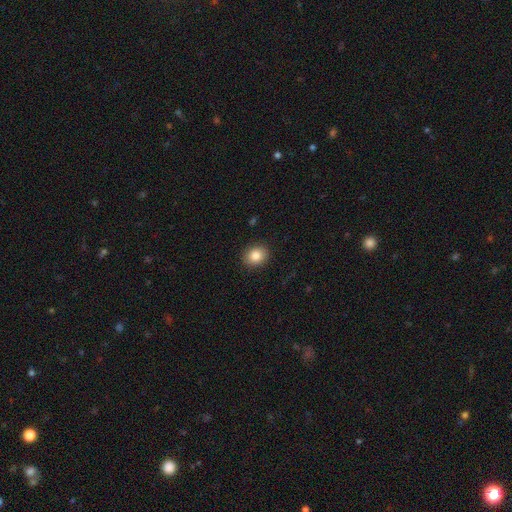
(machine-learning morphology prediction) Smooth or featured? smooth (85%)
How rounded? round (60%)
Merging? none (90%)